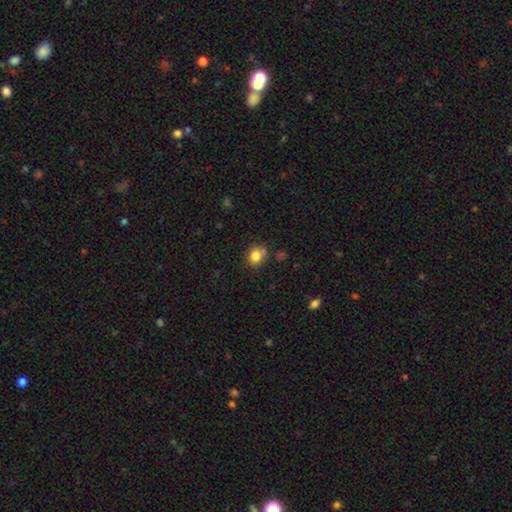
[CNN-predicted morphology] smooth 83%, star or artifact 11%, featured or disk 6%. Down the decision tree: how rounded — round (69%); merging — none (71%).